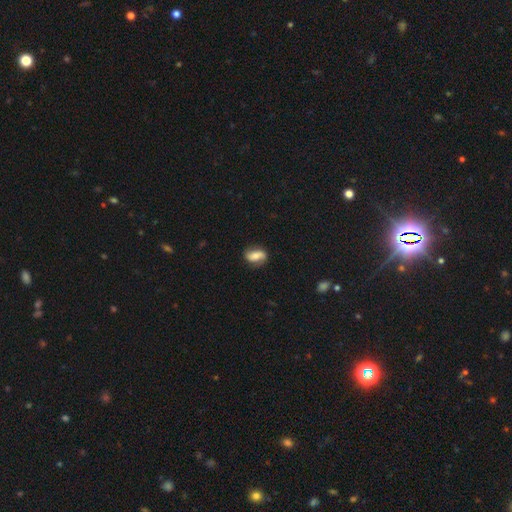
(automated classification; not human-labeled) smooth-or-featured: smooth: 46% (tied) | featured or disk: 46% (tied) | star or artifact: 8%
  merging: none: 76% | minor disturbance: 18% | major disturbance: 5% | merger: 1%